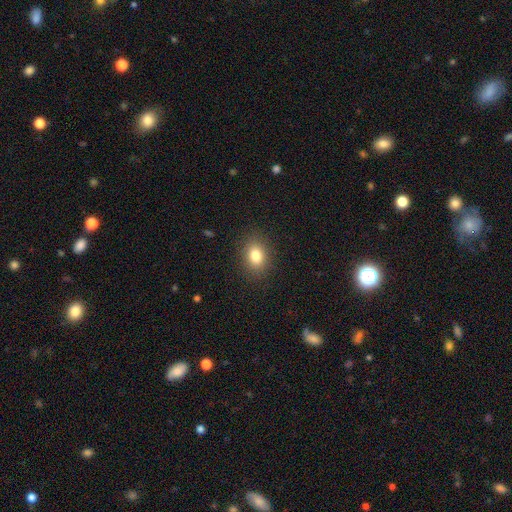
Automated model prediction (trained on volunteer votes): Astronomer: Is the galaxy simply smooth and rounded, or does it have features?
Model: smooth — 81%.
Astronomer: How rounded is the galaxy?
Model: in between — 66%.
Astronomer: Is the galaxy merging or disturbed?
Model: none — 88%.